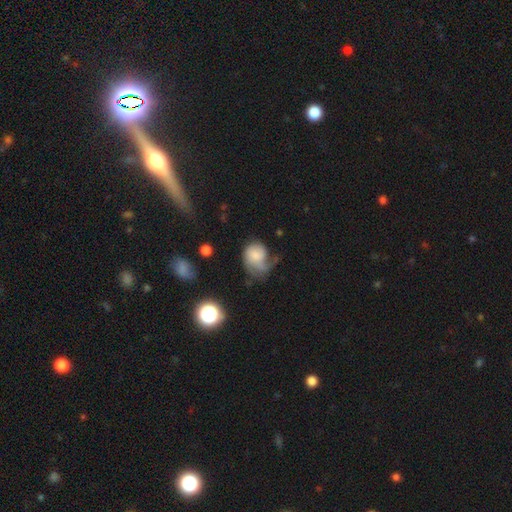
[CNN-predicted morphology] Q: Smooth or featured?
A: smooth (49%); runner-up: featured or disk (42%)
Q: Merging?
A: major disturbance (46%); runner-up: none (25%)